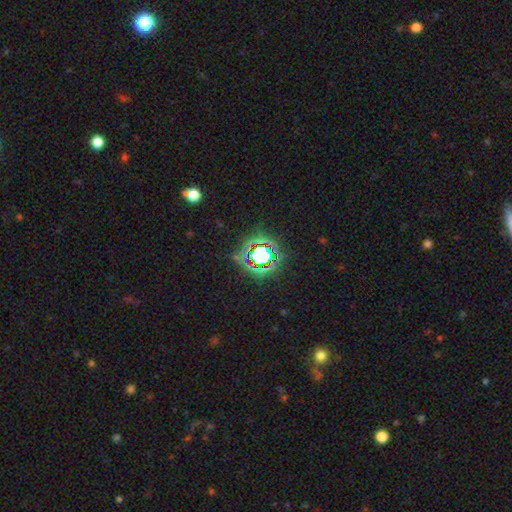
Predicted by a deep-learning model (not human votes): Smooth or featured: star or artifact — 78% (smooth — 14%)